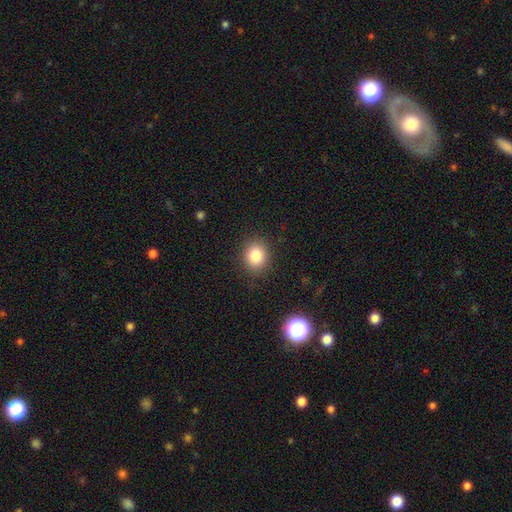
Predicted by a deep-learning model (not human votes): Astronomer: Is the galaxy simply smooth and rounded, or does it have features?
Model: smooth — 83%.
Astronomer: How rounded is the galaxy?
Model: round — 68%.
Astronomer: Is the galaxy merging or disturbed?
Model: none — 88%.